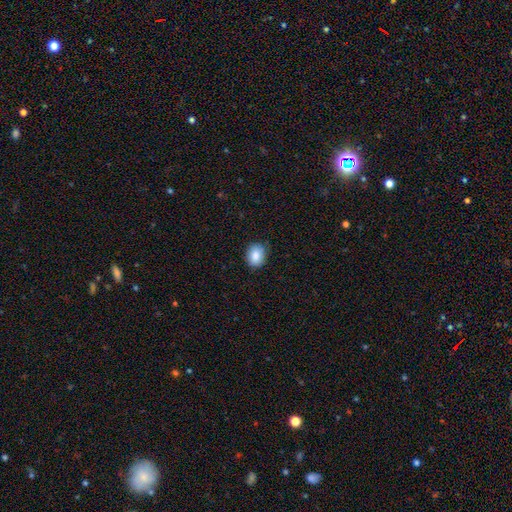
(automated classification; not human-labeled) Overall: smooth (87%). How rounded: in between (50%; round 49%). Merging: none (83%).